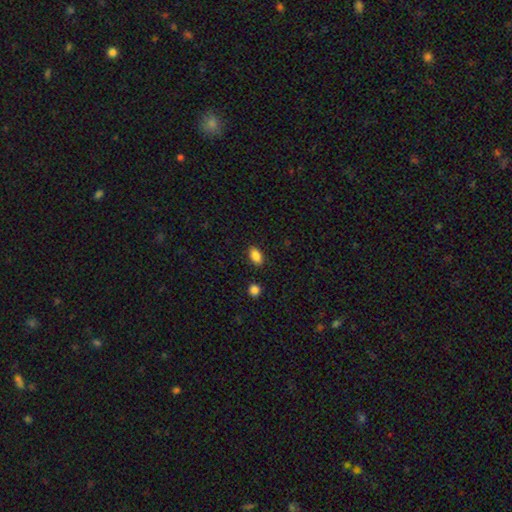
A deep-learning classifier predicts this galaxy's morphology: type=smooth (88%); roundness=in between (90%); merging=none (87%).